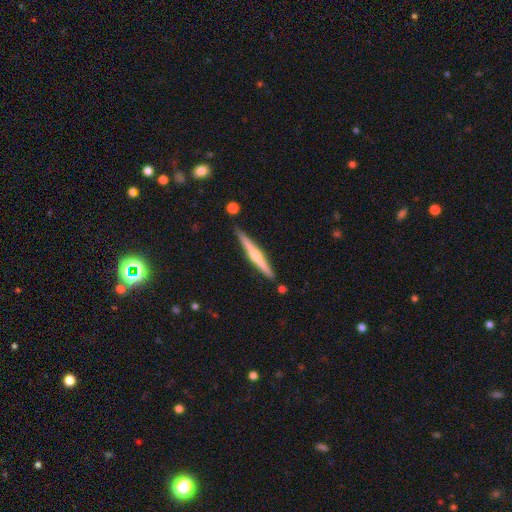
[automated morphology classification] A featured or disk galaxy (65%) viewed edge-on (98%) with a rounded central bulge (80%). Merging: none (87%).